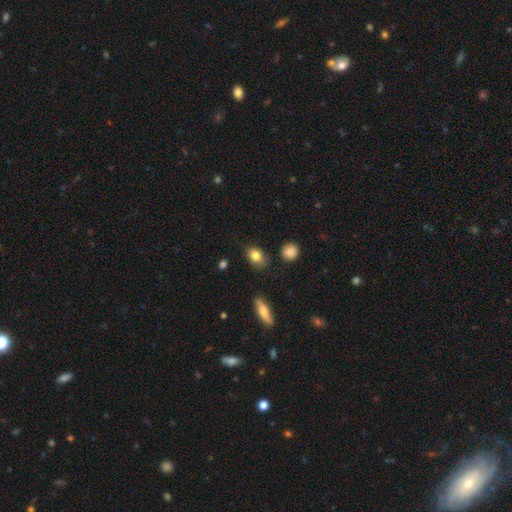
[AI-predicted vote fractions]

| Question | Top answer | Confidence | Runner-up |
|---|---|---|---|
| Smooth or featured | smooth | 83% | star or artifact (9%) |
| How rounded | in between | 72% | round (26%) |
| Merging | none | 80% | minor disturbance (14%) |